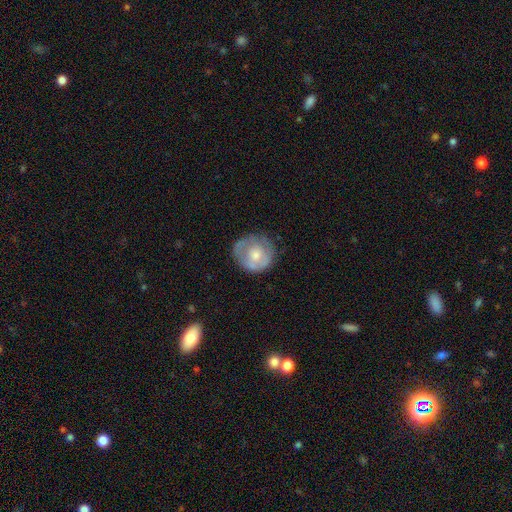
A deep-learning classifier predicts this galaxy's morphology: Smooth or featured? Predicted: smooth (p=0.51). How rounded? Predicted: round (p=0.88). Merging? Predicted: none (p=0.67).